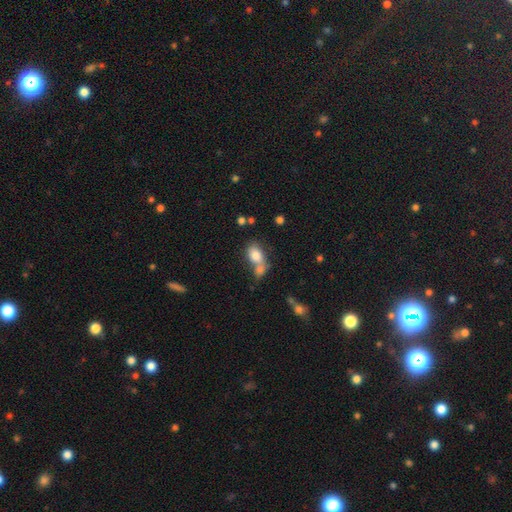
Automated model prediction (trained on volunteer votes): A smooth galaxy with no disk features (79%) that is in between round and cigar-shaped (81%). Merging: merger (48%).